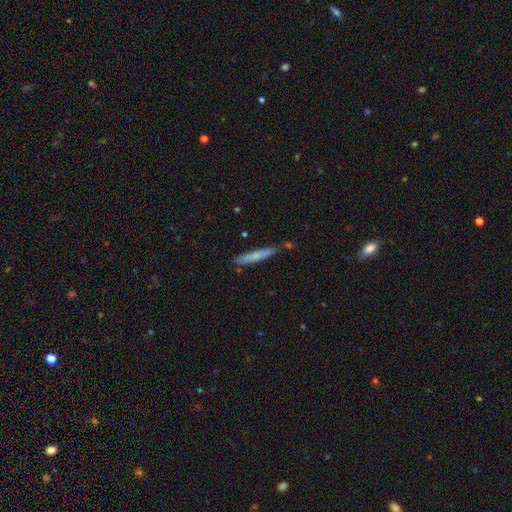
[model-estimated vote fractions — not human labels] This appears to be a smooth galaxy with no disk features (62%) that is cigar-shaped (92%). Merging: none (75%).